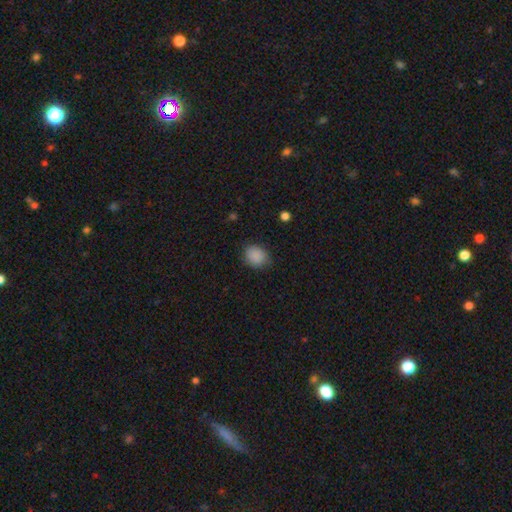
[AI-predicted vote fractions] A smooth galaxy with no disk features (88%) that is round (64%). Merging: none (80%).